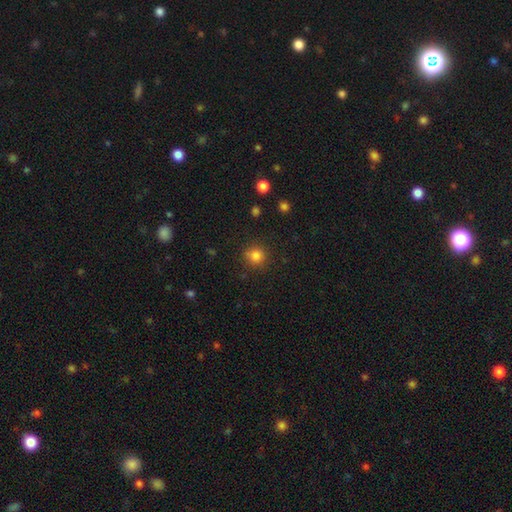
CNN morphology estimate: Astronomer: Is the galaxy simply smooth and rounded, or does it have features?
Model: smooth — 82%.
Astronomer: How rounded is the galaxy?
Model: round — 91%.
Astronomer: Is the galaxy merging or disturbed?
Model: none — 85%.